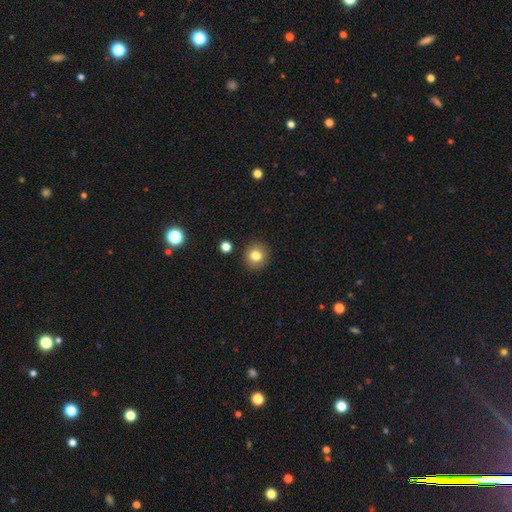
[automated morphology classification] This appears to be a smooth galaxy with no disk features (81%) that is round (90%). Merging: none (90%).